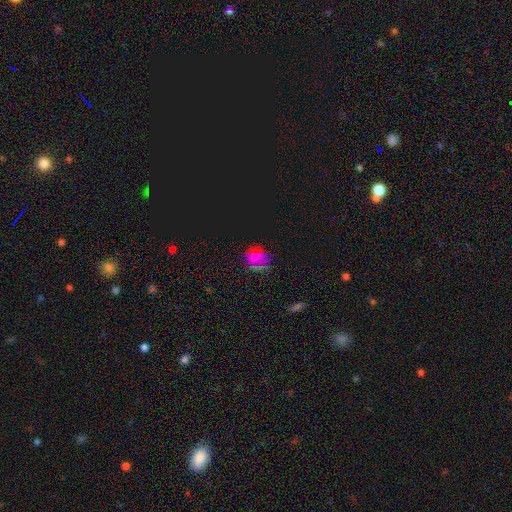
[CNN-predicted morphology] Smooth or featured? Predicted: star or artifact (p=0.43).